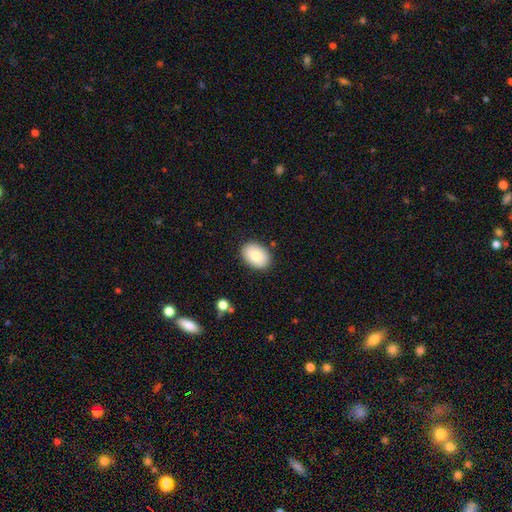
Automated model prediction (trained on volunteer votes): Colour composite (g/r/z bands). It shows a smooth galaxy with no disk features (80%) that is in between round and cigar-shaped (81%). Merging: none (88%).